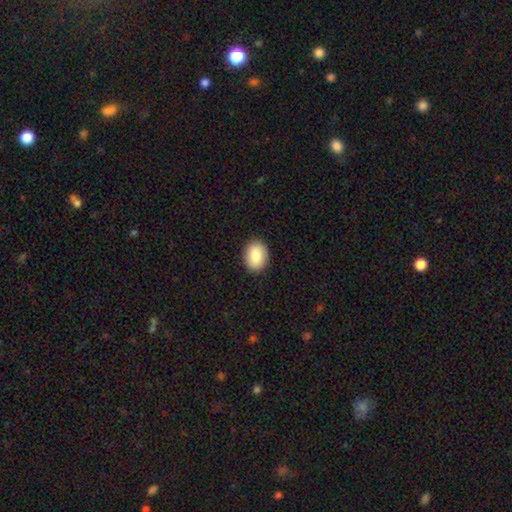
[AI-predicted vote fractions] This appears to be a smooth galaxy with no disk features (85%) that is in between round and cigar-shaped (69%). Merging: none (90%).